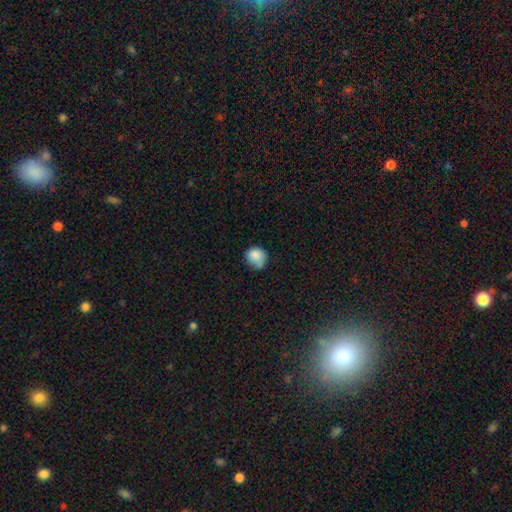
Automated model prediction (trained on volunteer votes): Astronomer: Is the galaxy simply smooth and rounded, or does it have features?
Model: smooth — 84%.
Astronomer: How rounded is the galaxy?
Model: round — 78%.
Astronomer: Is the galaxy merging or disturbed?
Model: none — 57%.